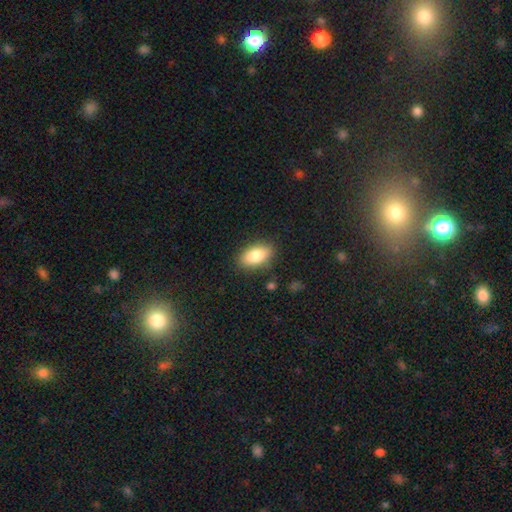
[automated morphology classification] Smooth or featured: smooth — 83% (featured or disk — 10%)
How rounded: in between — 90% (cigar-shaped — 6%)
Merging: none — 85% (minor disturbance — 11%)